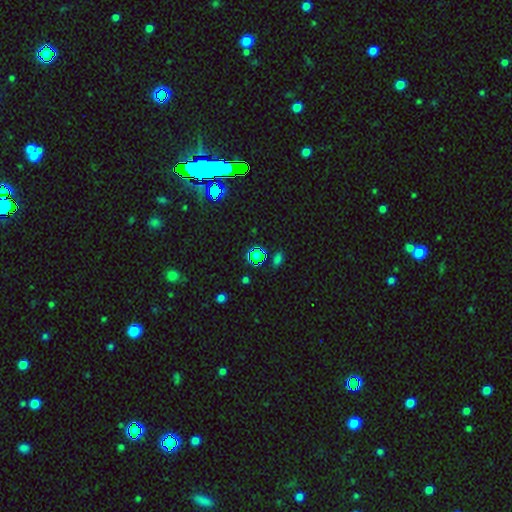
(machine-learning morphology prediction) Q: Smooth or featured?
A: star or artifact (59%); runner-up: smooth (32%)